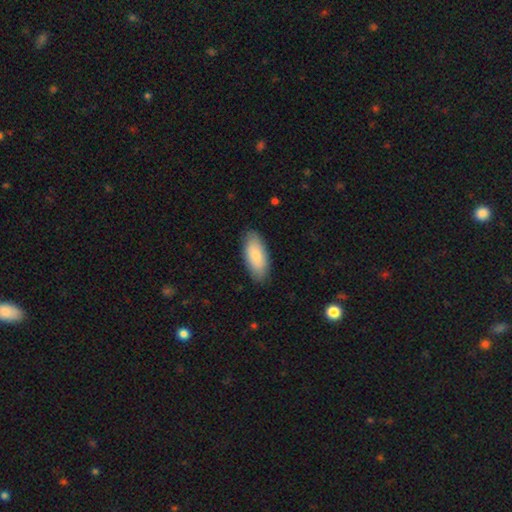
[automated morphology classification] The model was most divided on "smooth or featured": smooth: 84%, featured or disk: 11%, star or artifact: 6%. More confident: how rounded — in between (87%); merging — none (85%).